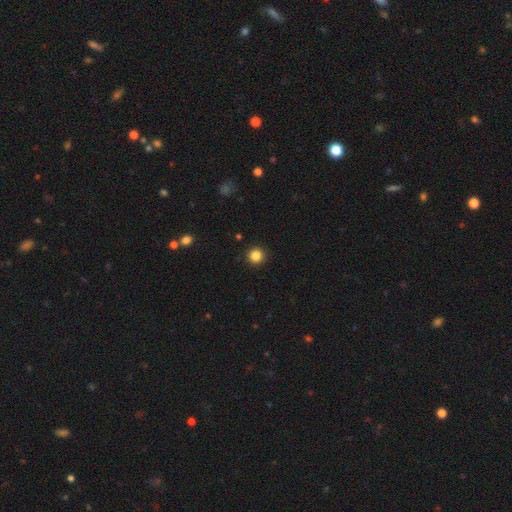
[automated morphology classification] A smooth galaxy with no disk features (85%) that is round (95%). Merging: none (93%).